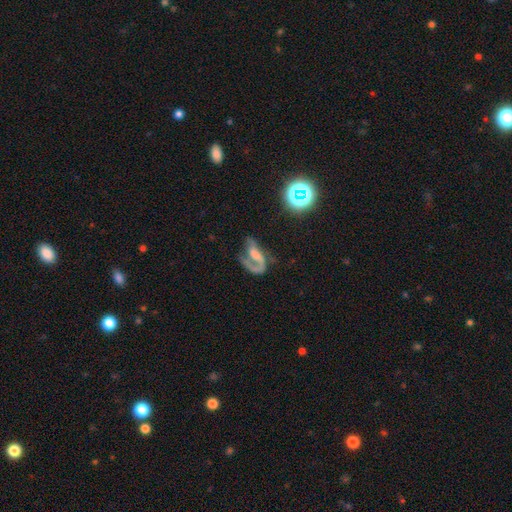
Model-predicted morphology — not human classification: featured or disk 72%, smooth 18%, star or artifact 10%. Down the decision tree: edge-on disk — no (96%); bar — no (44%); spiral arms — yes (86%); spiral arm count — 1 (61%); spiral winding — medium (41%); bulge size — none (31%); merging — major disturbance (40%).